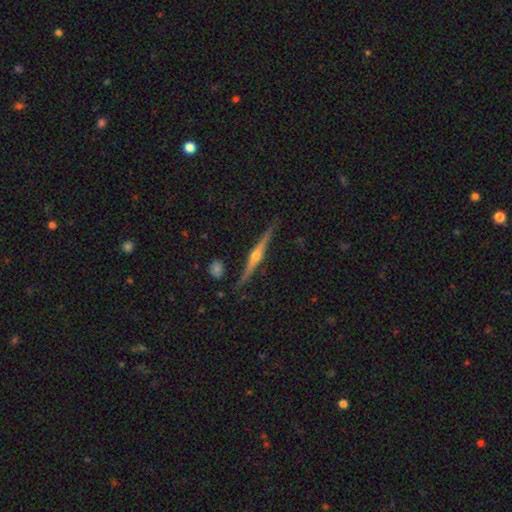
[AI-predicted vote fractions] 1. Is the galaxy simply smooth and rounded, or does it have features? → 86% featured or disk, 8% smooth, 6% star or artifact.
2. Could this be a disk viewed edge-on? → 98% yes, 2% no.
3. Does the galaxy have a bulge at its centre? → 95% rounded, 3% none, 3% boxy.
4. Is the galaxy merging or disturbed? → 89% none, 8% minor disturbance, 2% merger, 2% major disturbance.